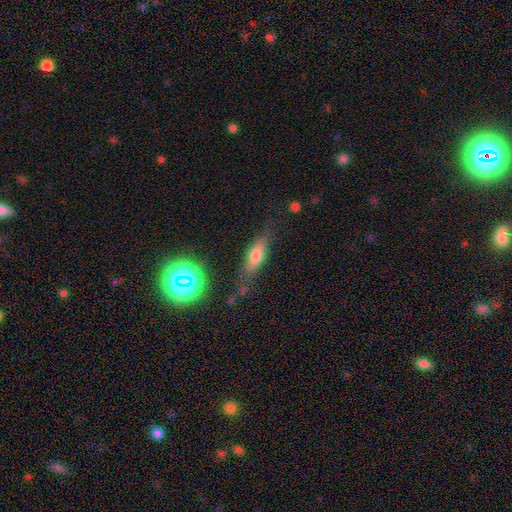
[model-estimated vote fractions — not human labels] Smooth or featured? smooth (60%)
How rounded? in between (56%)
Merging? none (69%)